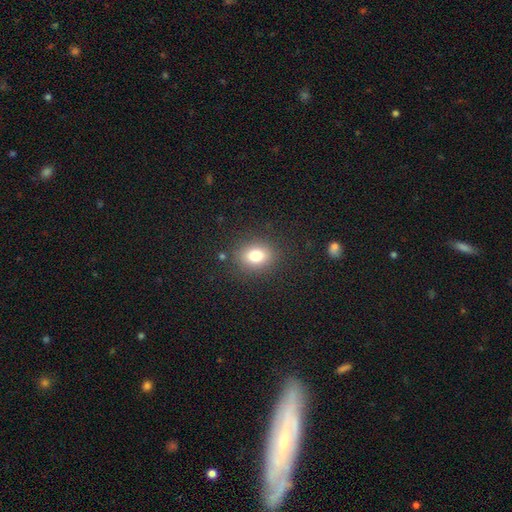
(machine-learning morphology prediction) A smooth galaxy with no disk features (78%) that is round (51%).

Vote fractions:
- Smooth or featured? smooth: 78% / star or artifact: 12% / featured or disk: 10%
- How rounded? round: 51% / in between: 48% / cigar-shaped: 1%
- Merging? none: 86% / minor disturbance: 9% / major disturbance: 4% / merger: 2%